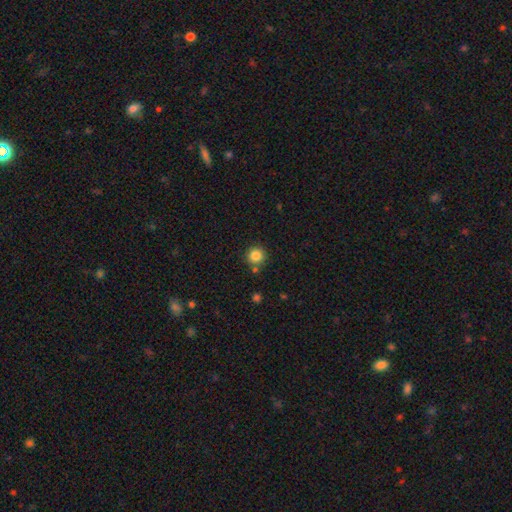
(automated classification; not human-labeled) Overall: smooth (84%). How rounded: round (94%). Merging: none (82%).